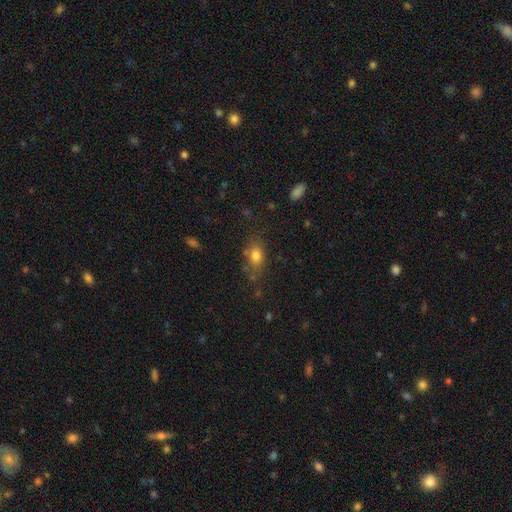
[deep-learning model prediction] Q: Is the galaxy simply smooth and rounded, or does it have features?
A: smooth — 78%.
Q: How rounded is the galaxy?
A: in between — 72%.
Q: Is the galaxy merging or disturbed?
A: none — 69%.